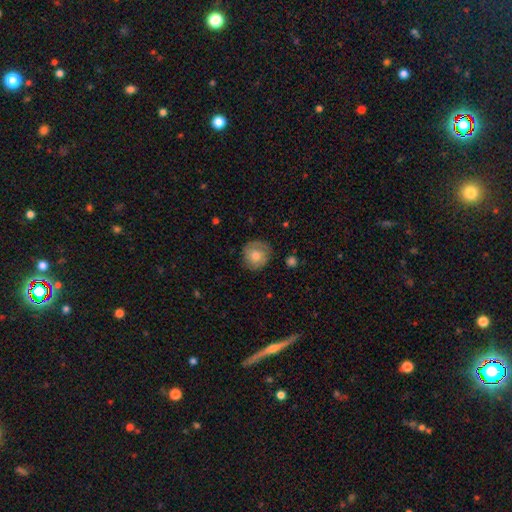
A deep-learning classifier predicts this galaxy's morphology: Q: Smooth or featured?
A: smooth (68%); runner-up: featured or disk (24%)
Q: How rounded?
A: round (89%); runner-up: in between (10%)
Q: Merging?
A: none (77%); runner-up: minor disturbance (17%)